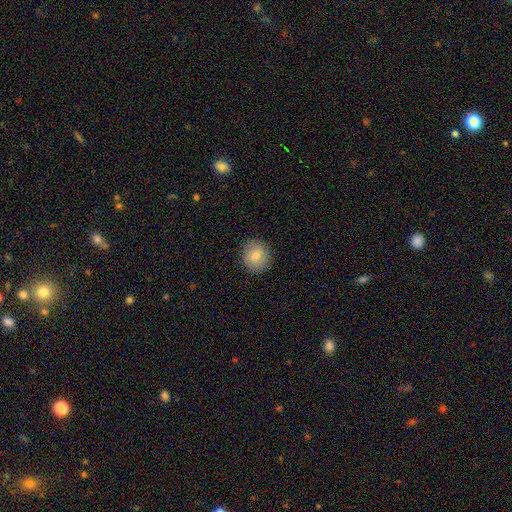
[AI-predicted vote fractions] Smooth or featured? smooth (73%)
How rounded? round (80%)
Merging? none (88%)